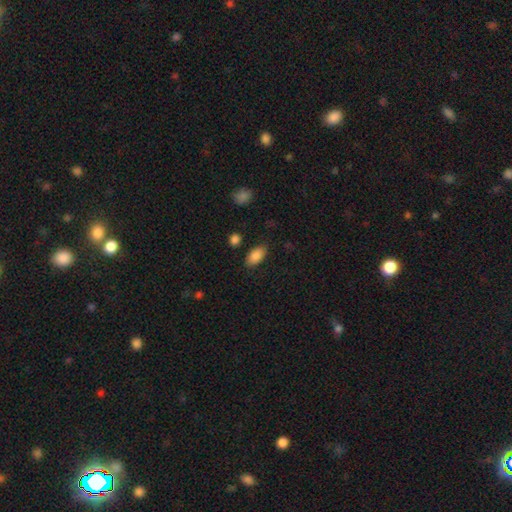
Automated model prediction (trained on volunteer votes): Smooth or featured: smooth — 87% (star or artifact — 7%)
How rounded: in between — 92% (round — 4%)
Merging: none — 83% (minor disturbance — 12%)